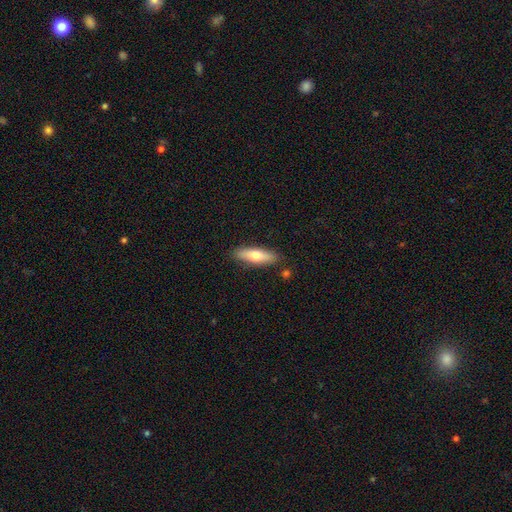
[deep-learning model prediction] Smooth or featured? Predicted: smooth (p=0.64). How rounded? Predicted: cigar-shaped (p=0.59). Merging? Predicted: none (p=0.85).